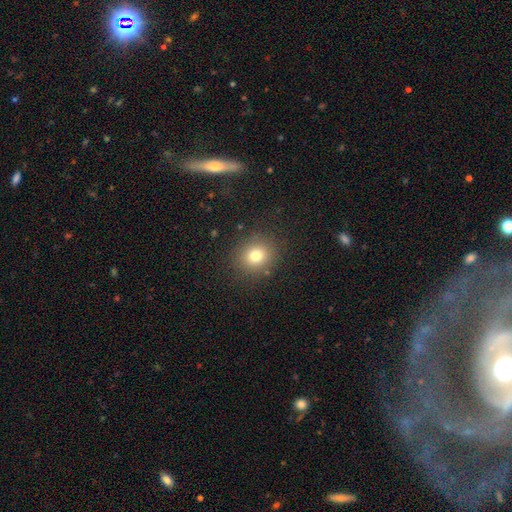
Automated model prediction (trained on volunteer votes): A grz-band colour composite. It shows a smooth galaxy with no disk features (77%) that is round (80%). Merging: none (87%).